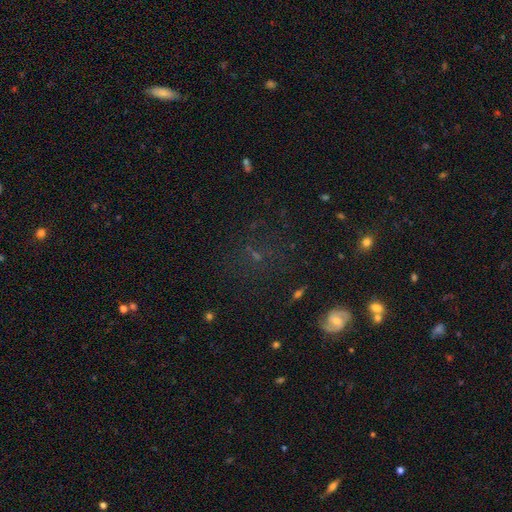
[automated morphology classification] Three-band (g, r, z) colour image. It shows a star or artifact, not a galaxy (47%).